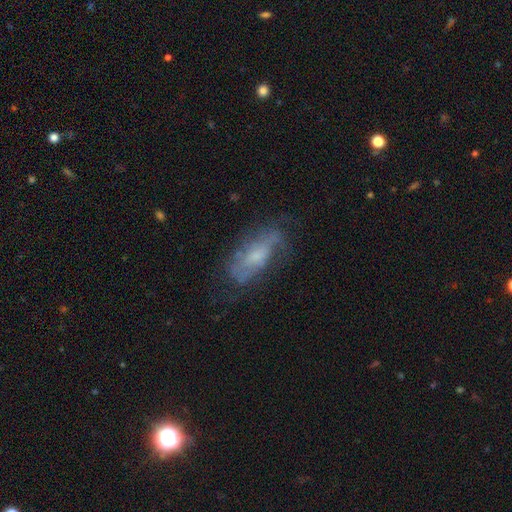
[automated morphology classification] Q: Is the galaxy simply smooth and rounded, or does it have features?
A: featured or disk — 56%.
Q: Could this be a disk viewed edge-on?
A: no — 84%.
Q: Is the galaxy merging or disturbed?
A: none — 56%.